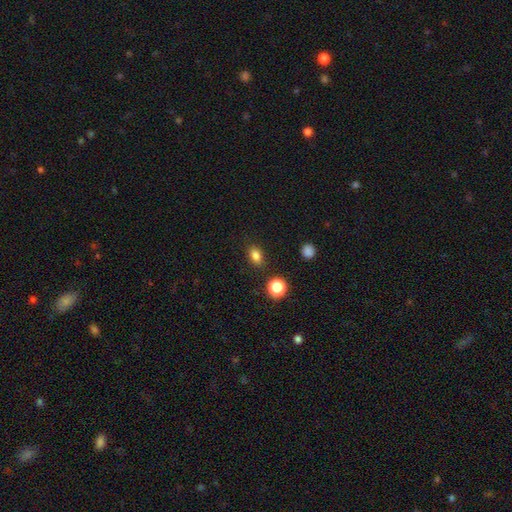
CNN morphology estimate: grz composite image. It shows a smooth galaxy with no disk features (83%) that is in between round and cigar-shaped (75%). Merging: none (86%).